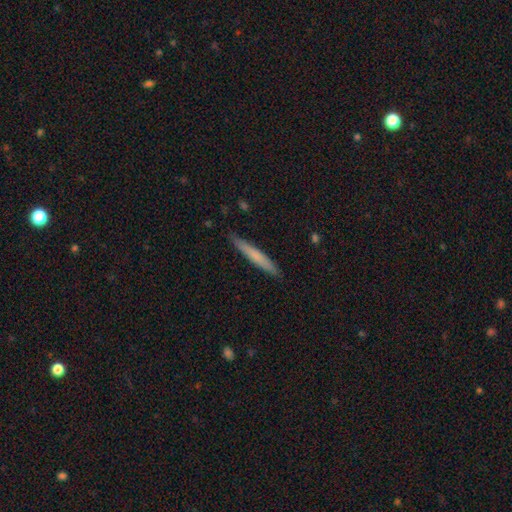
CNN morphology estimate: Q: Smooth or featured?
A: smooth (65%); runner-up: featured or disk (30%)
Q: How rounded?
A: cigar-shaped (96%); runner-up: in between (3%)
Q: Merging?
A: none (90%); runner-up: minor disturbance (8%)